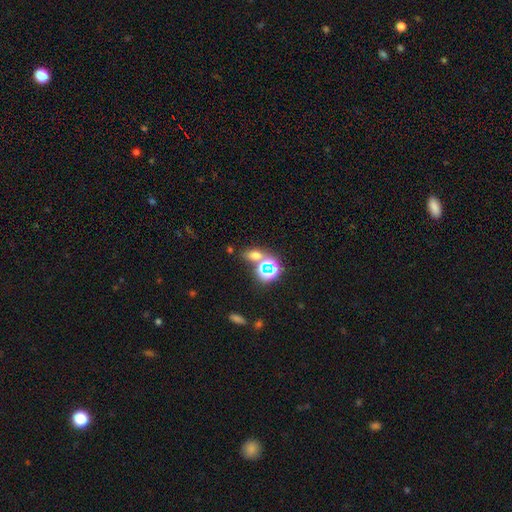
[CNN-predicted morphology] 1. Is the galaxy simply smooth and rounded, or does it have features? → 55% smooth, 35% star or artifact, 10% featured or disk.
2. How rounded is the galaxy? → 65% in between, 31% round, 4% cigar-shaped.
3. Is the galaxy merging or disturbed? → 62% none, 23% merger, 10% minor disturbance, 5% major disturbance.